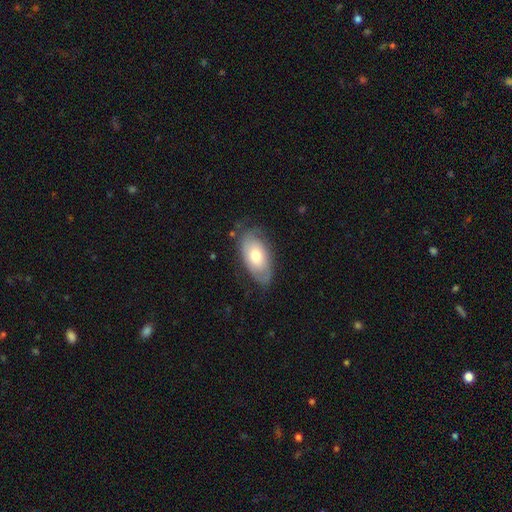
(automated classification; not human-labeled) Q: Smooth or featured?
A: smooth (57%); runner-up: featured or disk (37%)
Q: How rounded?
A: in between (93%); runner-up: round (4%)
Q: Merging?
A: none (69%); runner-up: minor disturbance (23%)